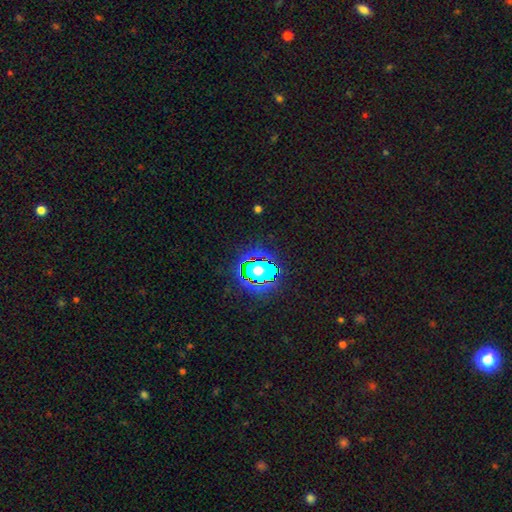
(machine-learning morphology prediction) Smooth or featured: star or artifact — 81% (smooth — 13%)